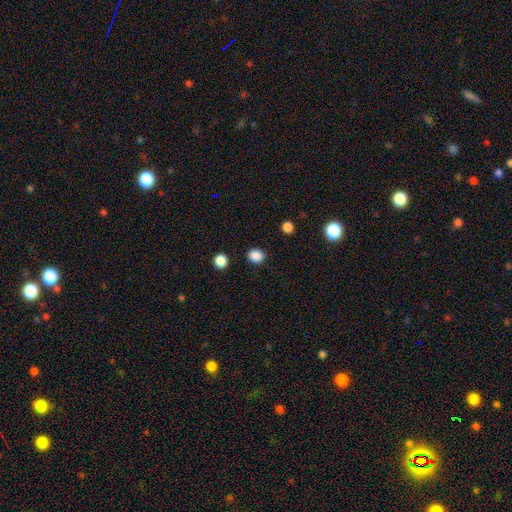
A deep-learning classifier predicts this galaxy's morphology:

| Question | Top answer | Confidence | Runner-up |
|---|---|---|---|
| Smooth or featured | smooth | 87% | star or artifact (11%) |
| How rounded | round | 65% | in between (34%) |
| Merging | none | 88% | minor disturbance (7%) |